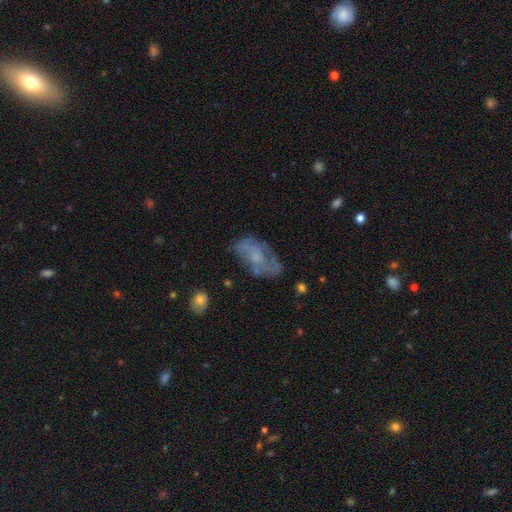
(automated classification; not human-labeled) Smooth or featured: featured or disk — 58% (smooth — 33%)
Edge-on disk: no — 93% (yes — 7%)
Bar: no — 72% (weak — 24%)
Spiral arms: yes — 65% (no — 35%)
Bulge size: small — 40% (moderate — 29%)
Merging: none — 60% (minor disturbance — 24%)